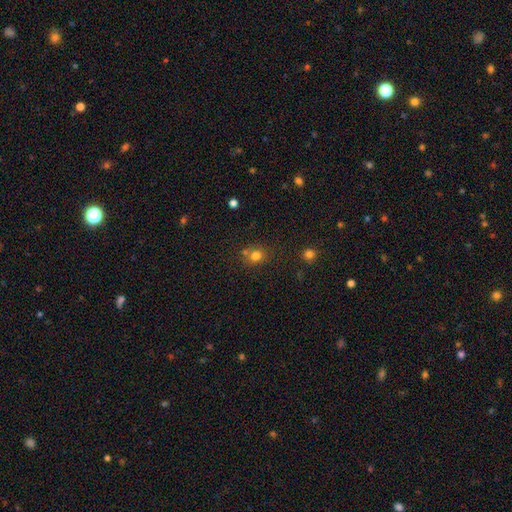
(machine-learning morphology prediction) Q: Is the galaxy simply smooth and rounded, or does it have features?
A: smooth — 77%.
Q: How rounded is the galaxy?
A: round — 76%.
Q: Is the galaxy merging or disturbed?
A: none — 65%.